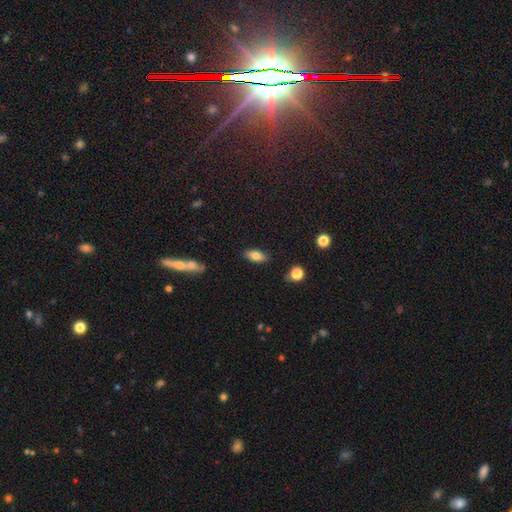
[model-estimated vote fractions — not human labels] A smooth galaxy with no disk features (77%) that is in between round and cigar-shaped (83%). Merging: none (84%).